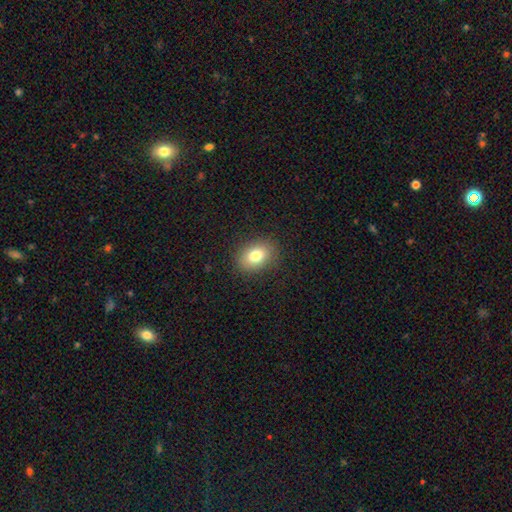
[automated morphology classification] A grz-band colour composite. It shows a smooth galaxy with no disk features (79%) that is in between round and cigar-shaped (71%). Merging: none (87%).